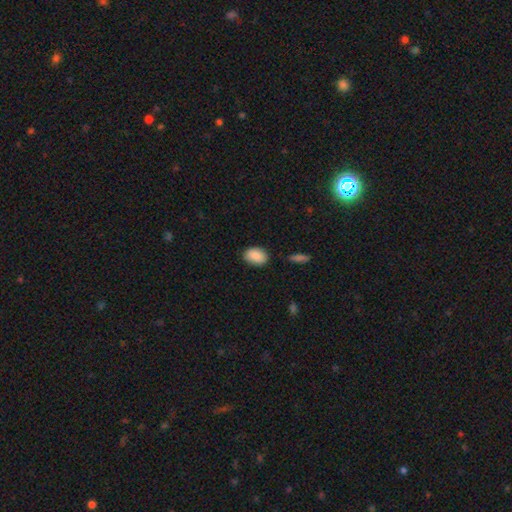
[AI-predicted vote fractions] The model was most divided on "merging": none: 82%, minor disturbance: 13%, major disturbance: 3%, merger: 2%. More confident: smooth or featured — smooth (89%); how rounded — in between (84%).